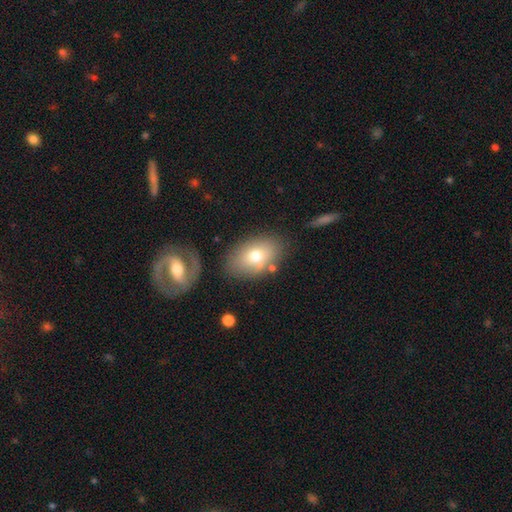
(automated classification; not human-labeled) A smooth galaxy with no disk features (70%) that is in between round and cigar-shaped (85%). Merging: none (72%).